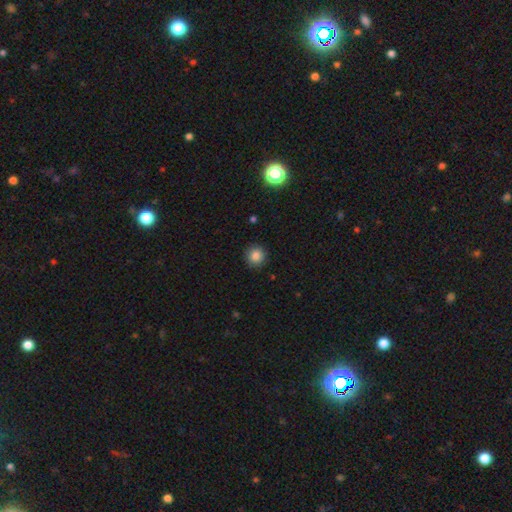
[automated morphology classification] This is clearly a smooth galaxy (85%). How rounded: clearly round (94%). Merging: clearly none (91%).